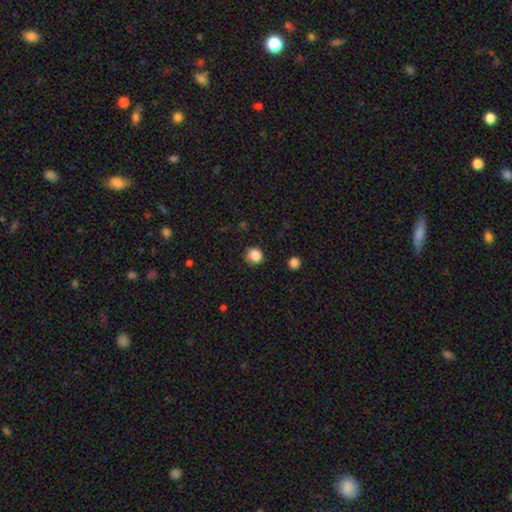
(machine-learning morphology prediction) Smooth or featured?
  - smooth: 86% *
  - star or artifact: 11%
  - featured or disk: 3%
How rounded?
  - round: 88% *
  - in between: 11%
  - cigar-shaped: 1%
Merging?
  - none: 85% *
  - minor disturbance: 11%
  - major disturbance: 3%
  - merger: 2%